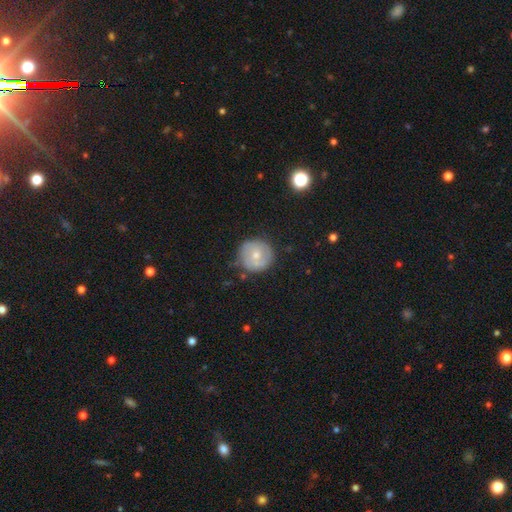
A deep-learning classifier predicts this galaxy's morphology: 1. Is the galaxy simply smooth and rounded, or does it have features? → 55% smooth, 37% featured or disk, 7% star or artifact.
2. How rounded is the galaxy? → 94% round, 5% in between, 1% cigar-shaped.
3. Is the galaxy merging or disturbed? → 77% none, 16% minor disturbance, 5% major disturbance, 2% merger.